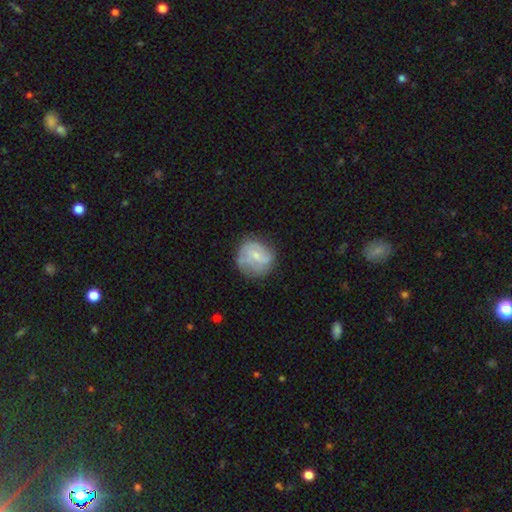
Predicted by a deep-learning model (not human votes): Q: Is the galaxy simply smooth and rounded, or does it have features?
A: smooth — 47%.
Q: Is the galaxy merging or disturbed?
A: none — 62%.